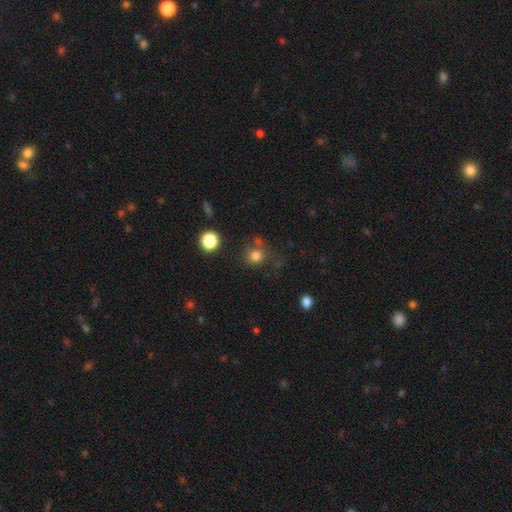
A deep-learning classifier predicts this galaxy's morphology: Smooth or featured?
  - smooth: 78% *
  - star or artifact: 15%
  - featured or disk: 7%
How rounded?
  - round: 84% *
  - in between: 15%
  - cigar-shaped: 1%
Merging?
  - none: 66% *
  - minor disturbance: 15%
  - merger: 12%
  - major disturbance: 7%